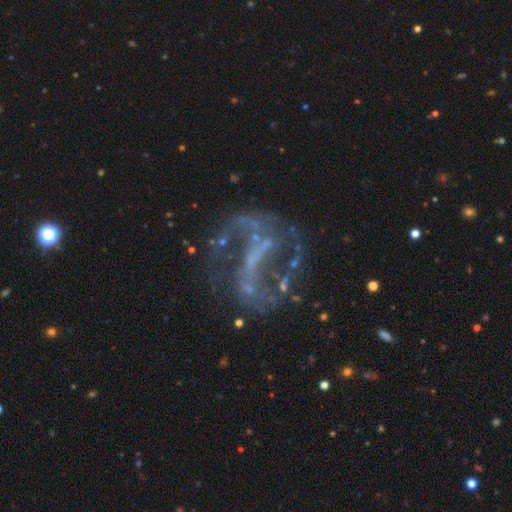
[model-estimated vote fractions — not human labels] featured or disk 80%, star or artifact 14%, smooth 7%. Down the decision tree: edge-on disk — no (97%); bar — strong (46%); spiral arms — yes (76%); spiral arm count — 2 (74%); spiral winding — loose (52%); bulge size — none (66%); merging — none (55%).